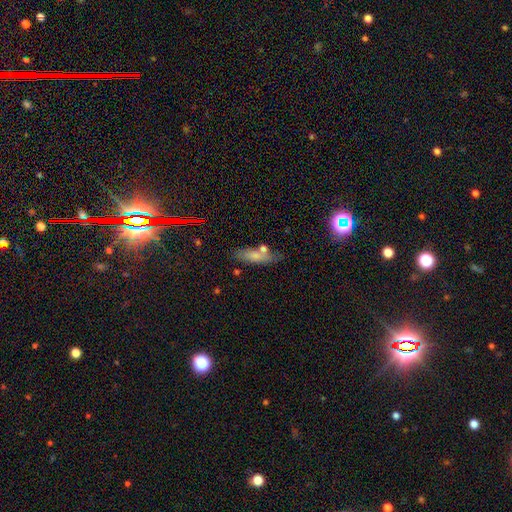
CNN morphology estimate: Smooth or featured? smooth (73%)
How rounded? in between (54%)
Merging? none (66%)